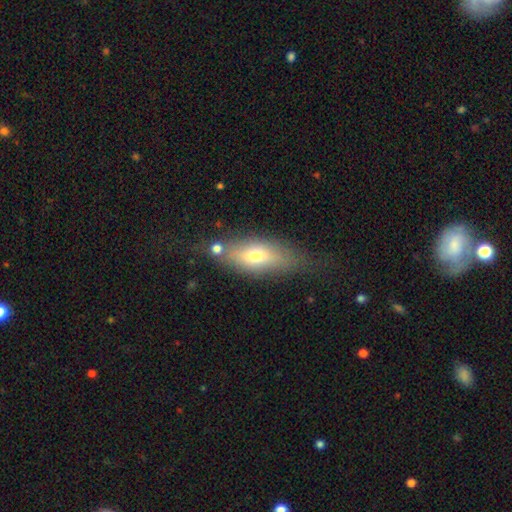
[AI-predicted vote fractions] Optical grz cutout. It shows a smooth galaxy with no disk features (61%) that is in between round and cigar-shaped (70%). Merging: none (63%).